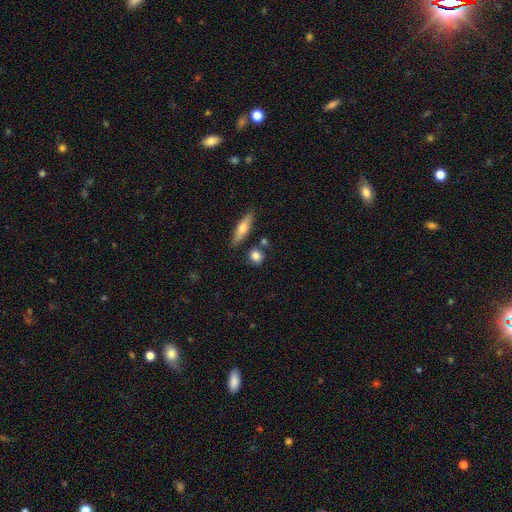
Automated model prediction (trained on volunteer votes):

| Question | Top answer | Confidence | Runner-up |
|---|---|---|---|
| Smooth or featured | smooth | 82% | featured or disk (11%) |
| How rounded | round | 71% | in between (23%) |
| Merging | none | 77% | minor disturbance (12%) |